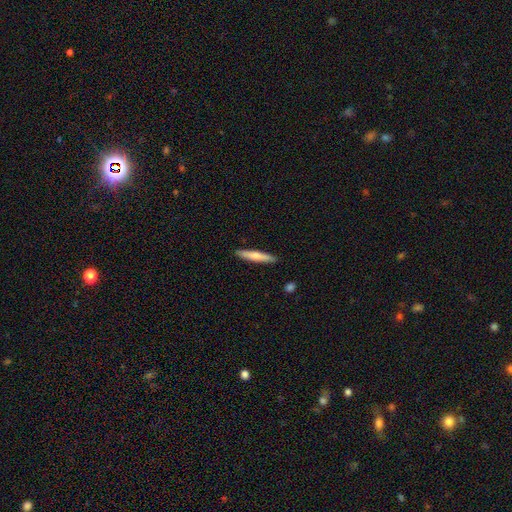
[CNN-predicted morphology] The model was most divided on "smooth or featured": smooth: 67%, featured or disk: 27%, star or artifact: 5%. More confident: how rounded — cigar-shaped (92%); merging — none (90%).